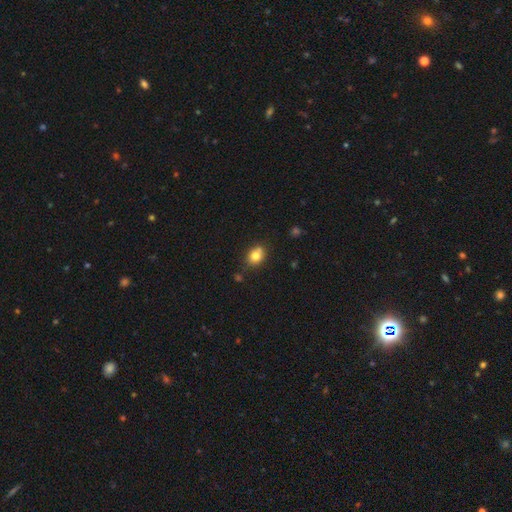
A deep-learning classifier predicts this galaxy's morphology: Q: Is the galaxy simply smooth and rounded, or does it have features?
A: smooth — 79%.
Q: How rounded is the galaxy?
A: in between — 51%.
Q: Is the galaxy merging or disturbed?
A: none — 72%.